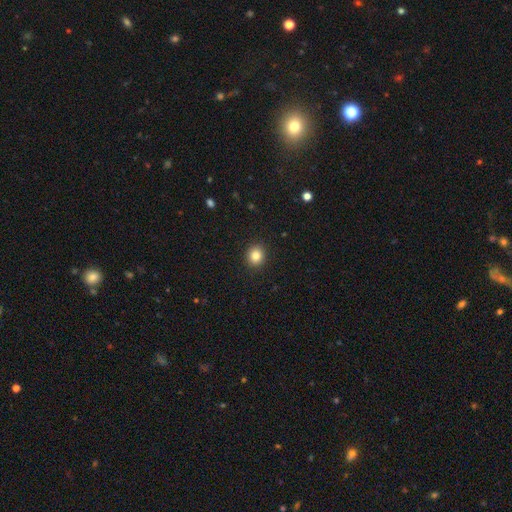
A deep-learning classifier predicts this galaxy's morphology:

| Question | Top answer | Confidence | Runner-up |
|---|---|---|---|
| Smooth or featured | smooth | 84% | star or artifact (10%) |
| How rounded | round | 79% | in between (20%) |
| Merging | none | 91% | minor disturbance (6%) |